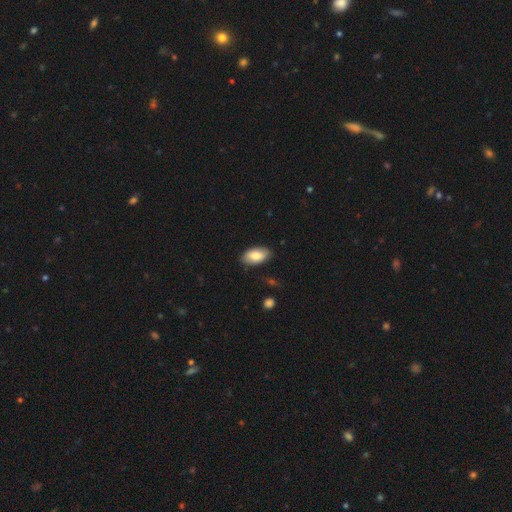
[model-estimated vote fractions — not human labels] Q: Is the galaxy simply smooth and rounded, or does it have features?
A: smooth — 81%.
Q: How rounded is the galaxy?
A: in between — 95%.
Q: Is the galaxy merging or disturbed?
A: none — 83%.